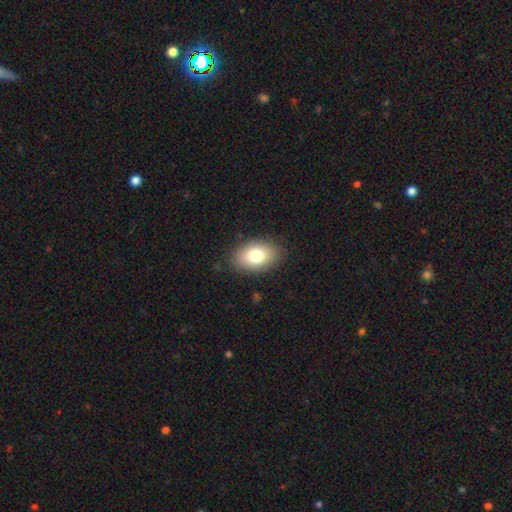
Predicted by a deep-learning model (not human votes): The model was most divided on "smooth or featured": smooth: 78%, featured or disk: 13%, star or artifact: 9%. More confident: how rounded — in between (87%); merging — none (85%).